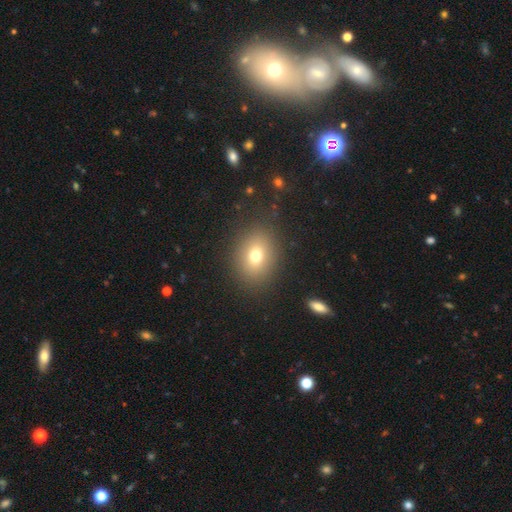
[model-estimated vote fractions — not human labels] Q: Smooth or featured?
A: smooth (73%); runner-up: star or artifact (14%)
Q: How rounded?
A: round (52%); runner-up: in between (47%)
Q: Merging?
A: none (86%); runner-up: minor disturbance (8%)